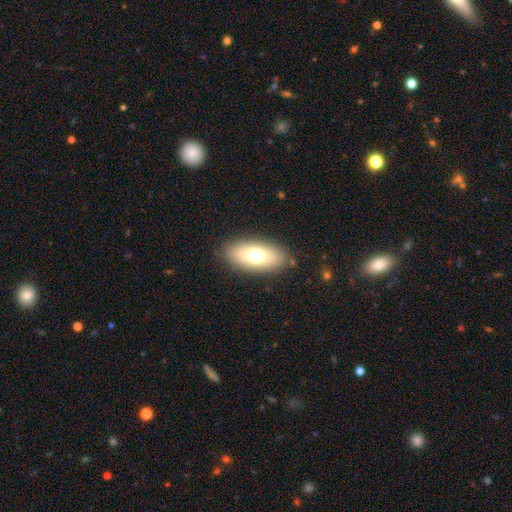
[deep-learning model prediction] Smooth or featured?
  - smooth: 70% *
  - featured or disk: 21%
  - star or artifact: 9%
How rounded?
  - in between: 86% *
  - cigar-shaped: 9%
  - round: 5%
Merging?
  - none: 85% *
  - minor disturbance: 10%
  - major disturbance: 3%
  - merger: 1%